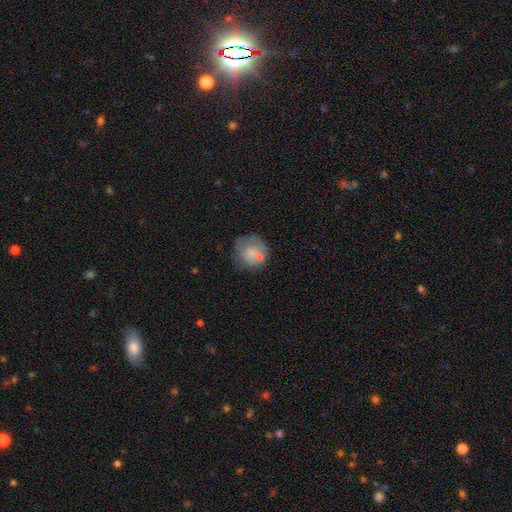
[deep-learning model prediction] Smooth or featured? smooth (57%)
How rounded? round (83%)
Merging? none (50%)